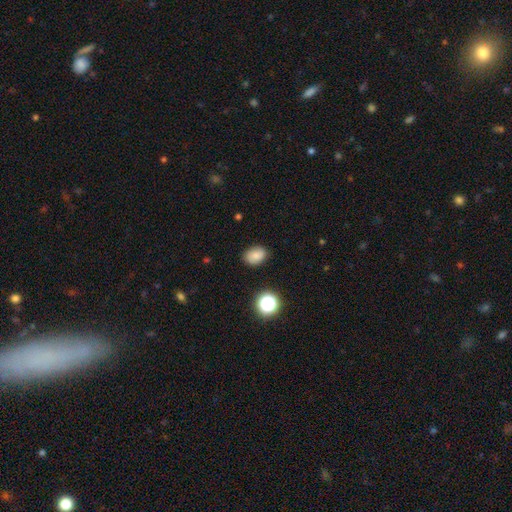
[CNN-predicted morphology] This appears to be a smooth galaxy with no disk features (81%) that is in between round and cigar-shaped (75%). Merging: none (83%).